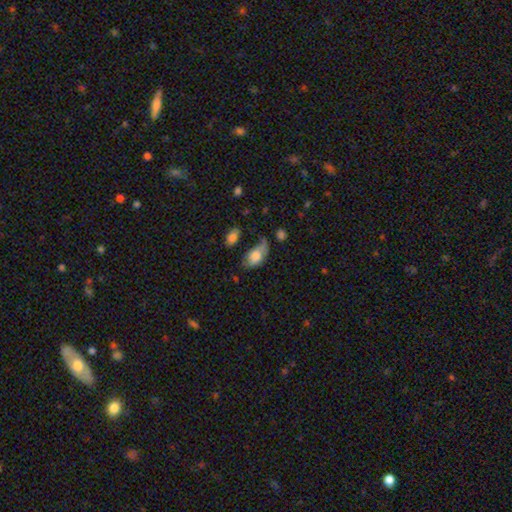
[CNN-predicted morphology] smooth 75%, featured or disk 18%, star or artifact 7%. Down the decision tree: how rounded — in between (90%); merging — minor disturbance (35%, tied with none).